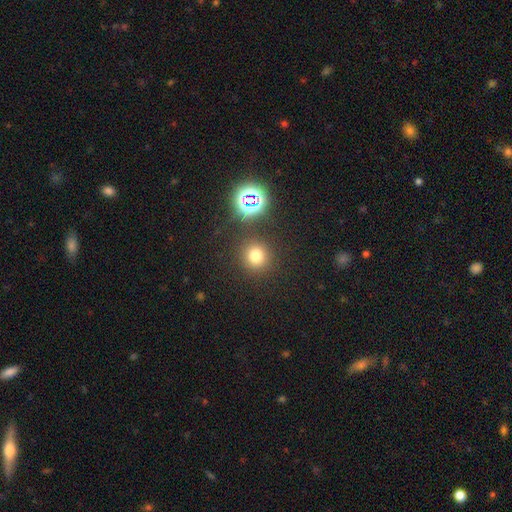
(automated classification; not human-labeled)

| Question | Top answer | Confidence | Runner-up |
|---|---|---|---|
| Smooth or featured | smooth | 71% | star or artifact (23%) |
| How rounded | round | 91% | in between (8%) |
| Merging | none | 86% | minor disturbance (7%) |